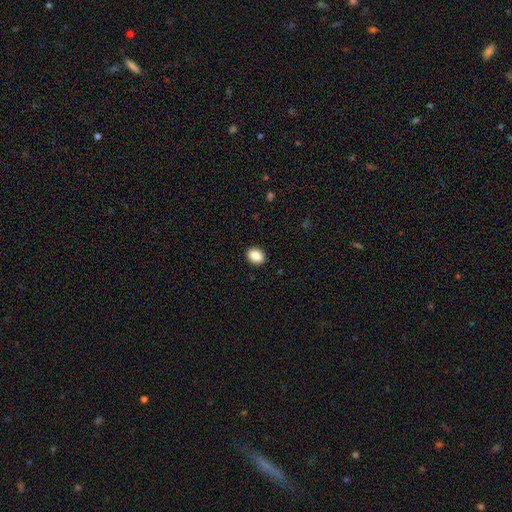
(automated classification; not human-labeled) A smooth galaxy with no disk features (87%) that is in between round and cigar-shaped (66%). Merging: none (91%).